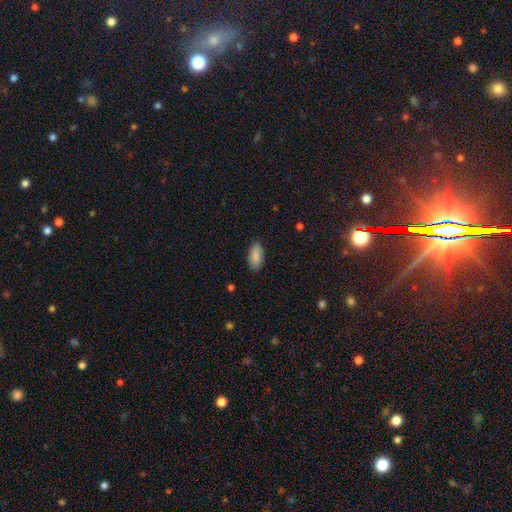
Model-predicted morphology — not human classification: type=smooth (88%); roundness=in between (90%); merging=none (87%).